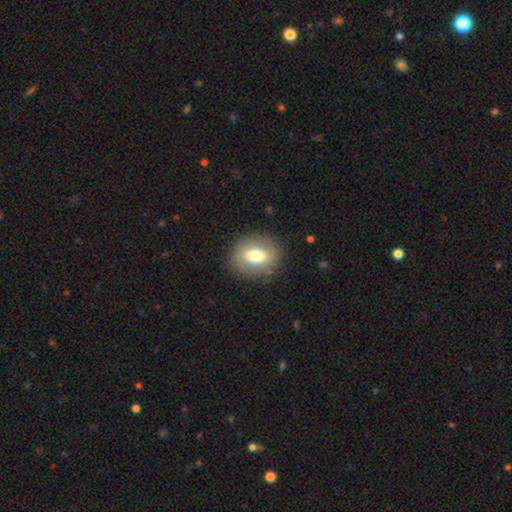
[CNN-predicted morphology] type=smooth (62%); roundness=round (54%); merging=none (83%).